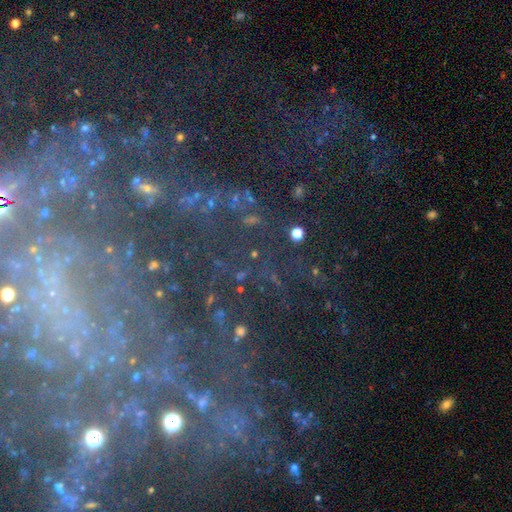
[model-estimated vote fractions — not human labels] The model was most divided on "spiral arm count": can't tell: 32%, 2: 15%, 3: 15%, more than 4: 14%, 4: 13%, 1: 11%. More confident: edge-on disk — no (95%); spiral arms — yes (84%); merging — none (65%); smooth or featured — featured or disk (64%); spiral winding — tight (63%); bar — no (60%); bulge size — small (56%).